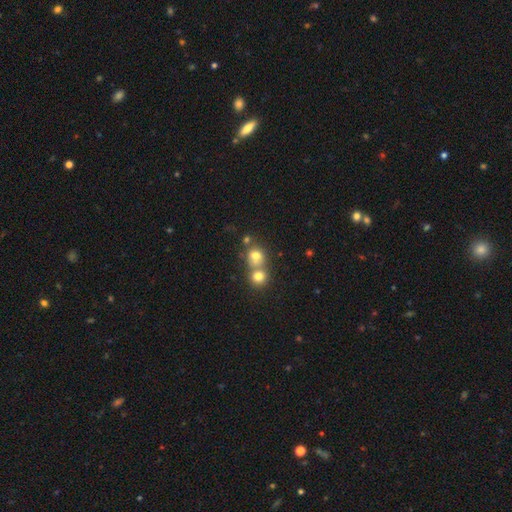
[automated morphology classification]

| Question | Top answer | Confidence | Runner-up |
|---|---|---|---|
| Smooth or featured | smooth | 73% | star or artifact (15%) |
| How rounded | round | 80% | in between (19%) |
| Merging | merger | 48% | none (42%) |